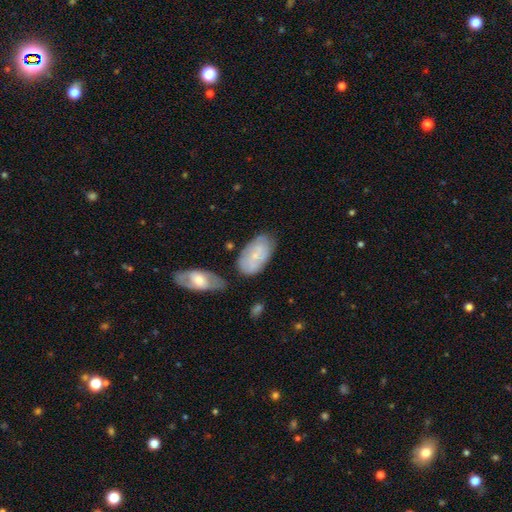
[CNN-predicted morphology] This appears to be a featured or disk galaxy (47%). Merging: none (62%).